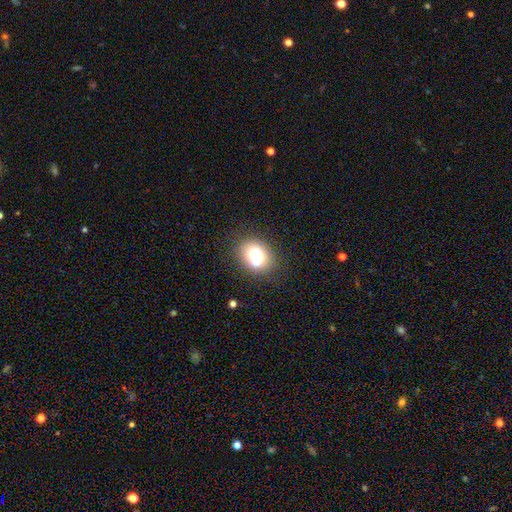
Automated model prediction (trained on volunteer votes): Smooth or featured? Predicted: smooth (p=0.69). How rounded? Predicted: round (p=0.50). Merging? Predicted: none (p=0.61).